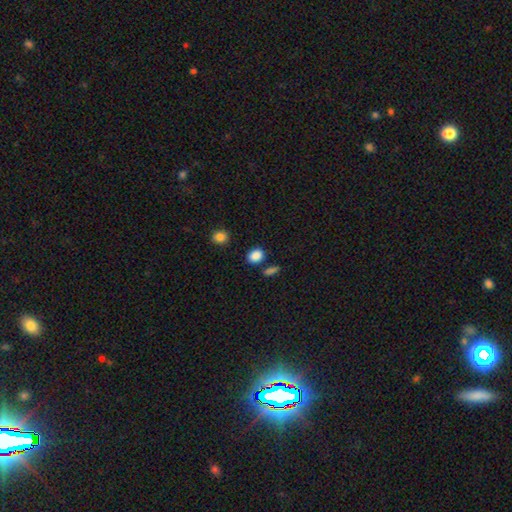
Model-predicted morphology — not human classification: smooth 87%, star or artifact 9%, featured or disk 3%. Down the decision tree: how rounded — in between (54%); merging — none (78%).